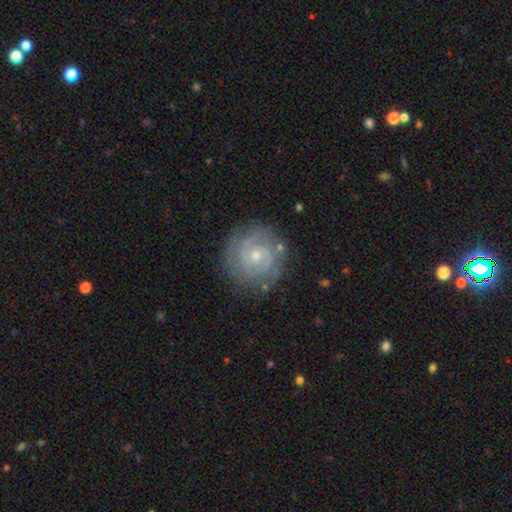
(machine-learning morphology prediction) Smooth or featured?
  - featured or disk: 87% *
  - smooth: 7%
  - star or artifact: 6%
Edge-on disk?
  - no: 98% *
  - yes: 2%
Bar?
  - no: 62% *
  - weak: 32%
  - strong: 6%
Spiral arms?
  - yes: 97% *
  - no: 3%
Spiral winding?
  - tight: 70% *
  - medium: 26%
  - loose: 4%
Spiral arm count?
  - 2: 67% *
  - 3: 14%
  - can't tell: 10%
  - 4: 3%
  - 1: 3%
  - more than 4: 3%
Bulge size?
  - small: 65% *
  - moderate: 32%
  - none: 1%
  - large: 1%
  - dominant: 1%
Merging?
  - none: 81% *
  - minor disturbance: 13%
  - major disturbance: 4%
  - merger: 2%